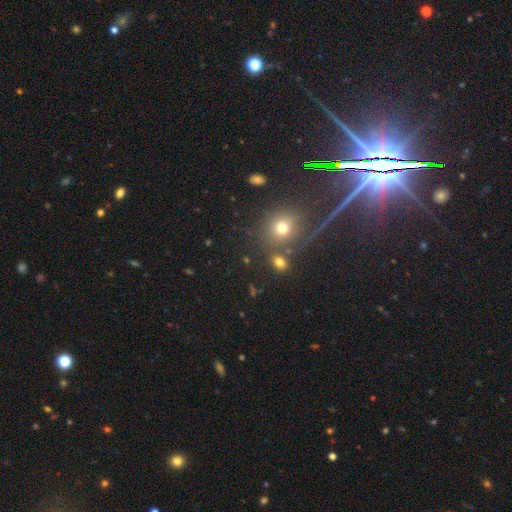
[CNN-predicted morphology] star or artifact 59%, smooth 26%, featured or disk 14%.